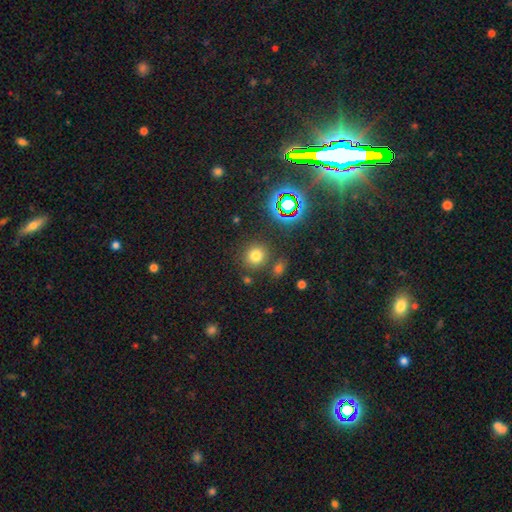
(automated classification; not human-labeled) smooth-or-featured: smooth: 71% | star or artifact: 22% | featured or disk: 8%
  how-rounded: round: 87% | in between: 11% | cigar-shaped: 1%
  merging: none: 82% | minor disturbance: 8% | merger: 6% | major disturbance: 3%